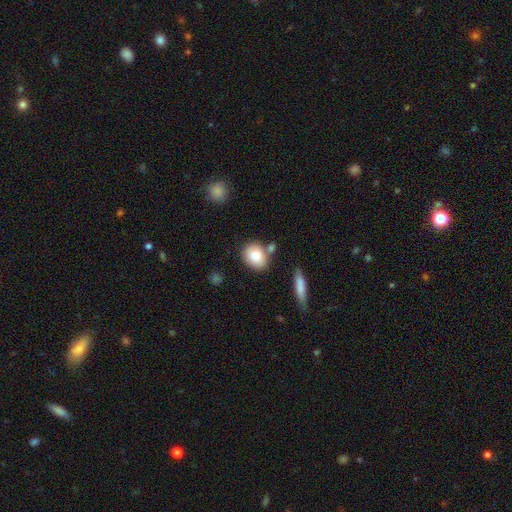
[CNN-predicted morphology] A smooth galaxy with no disk features (82%) that is round (52%).

Vote fractions:
- Smooth or featured? smooth: 82% / featured or disk: 11% / star or artifact: 8%
- How rounded? round: 52% / in between: 46% / cigar-shaped: 2%
- Merging? none: 70% / merger: 14% / minor disturbance: 13% / major disturbance: 3%